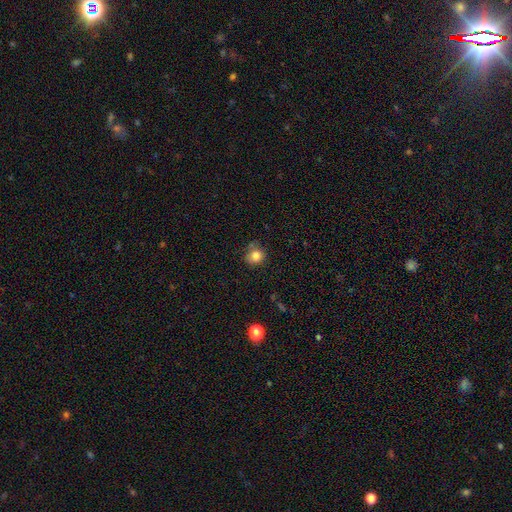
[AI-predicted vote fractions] A smooth galaxy with no disk features (82%) that is round (83%). Merging: none (65%).